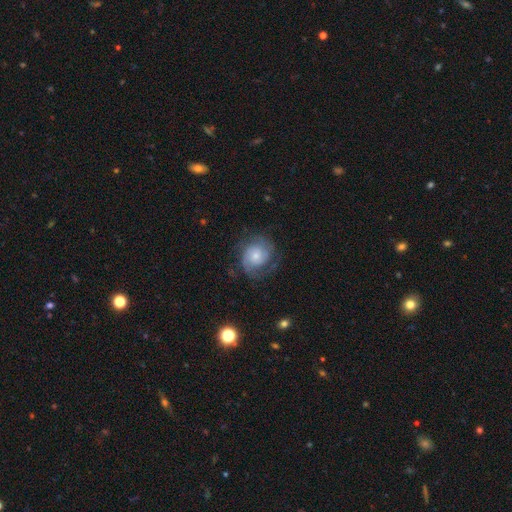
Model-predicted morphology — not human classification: Smooth or featured: featured or disk — 66% (smooth — 27%)
Edge-on disk: no — 98% (yes — 2%)
Bar: no — 75% (weak — 22%)
Spiral arms: yes — 89% (no — 11%)
Spiral winding: tight — 48% (medium — 37%)
Spiral arm count: 2 — 45% (can't tell — 28%)
Bulge size: small — 51% (moderate — 37%)
Merging: none — 64% (minor disturbance — 19%)